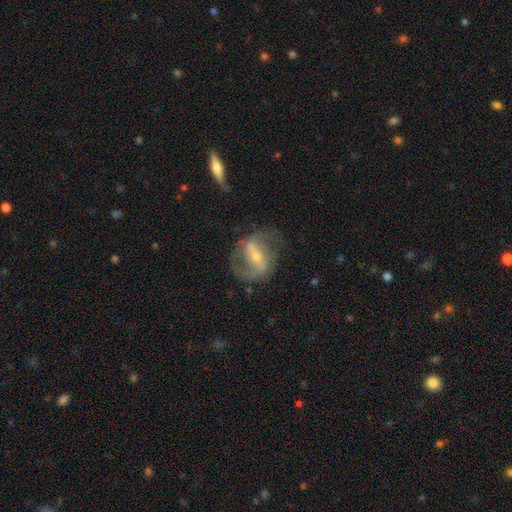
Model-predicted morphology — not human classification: Smooth or featured? featured or disk (81%)
Edge-on disk? no (94%)
Bar? strong (55%)
Spiral arms? yes (84%)
Spiral winding? medium (49%)
Spiral arm count? 2 (80%)
Bulge size? small (50%)
Merging? none (61%)